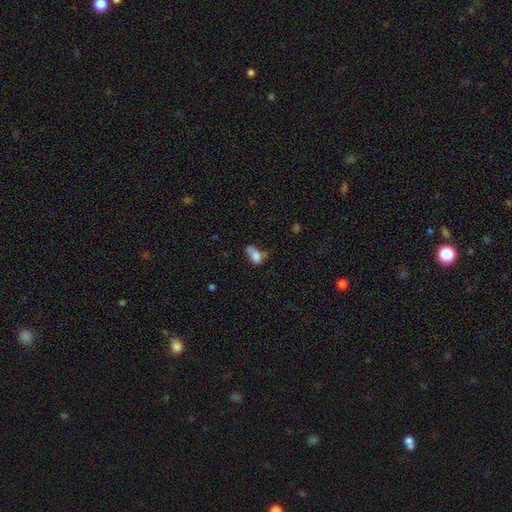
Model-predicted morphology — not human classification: This is likely a smooth galaxy (74%). How rounded: clearly in between (85%). Merging: marginally minor disturbance (31%).